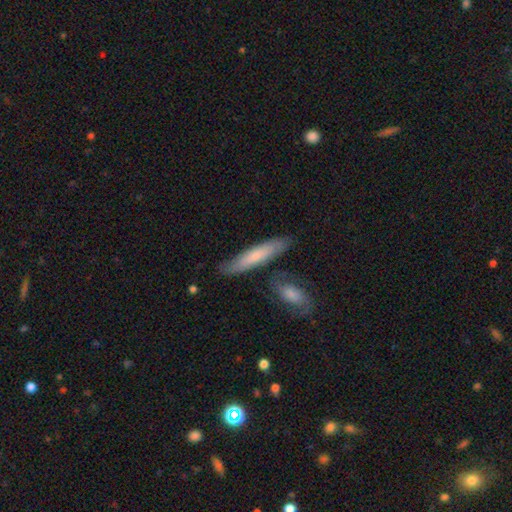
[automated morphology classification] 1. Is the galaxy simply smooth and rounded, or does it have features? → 65% smooth, 30% featured or disk, 6% star or artifact.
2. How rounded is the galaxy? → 80% cigar-shaped, 18% in between, 2% round.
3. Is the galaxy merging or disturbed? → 75% none, 14% minor disturbance, 9% merger, 3% major disturbance.